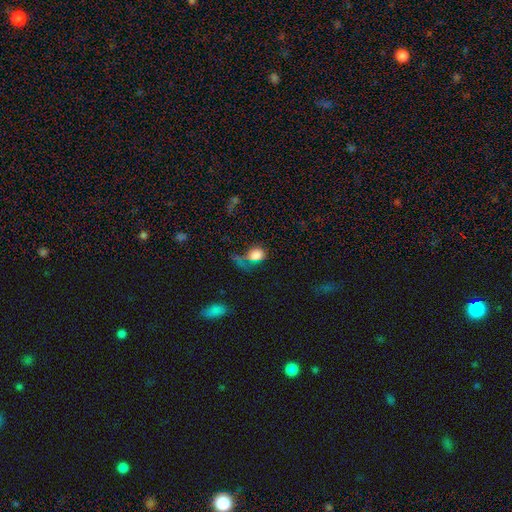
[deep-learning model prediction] This is likely a smooth galaxy (75%). How rounded: possibly round (51%). Merging: marginally none (41%).